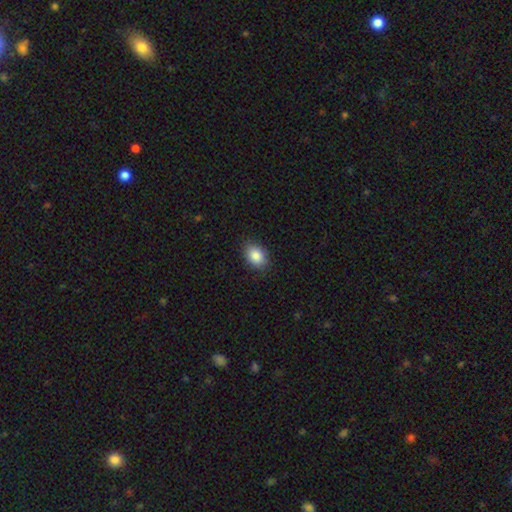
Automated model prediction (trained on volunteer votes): The model was most divided on "how rounded": in between: 80%, round: 19%, cigar-shaped: 1%. More confident: smooth or featured — smooth (87%); merging — none (87%).